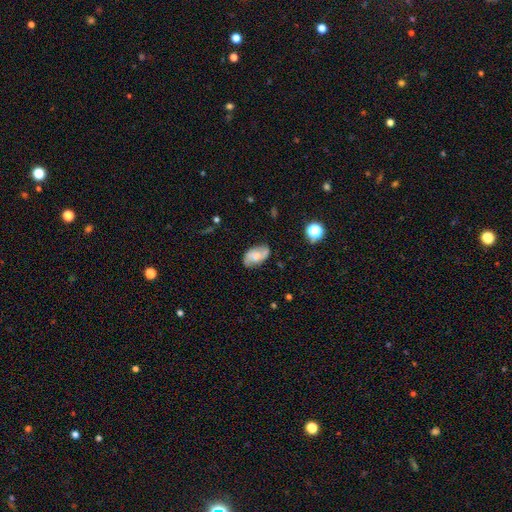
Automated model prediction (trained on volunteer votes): Q: Smooth or featured?
A: featured or disk (54%); runner-up: smooth (36%)
Q: Edge-on disk?
A: no (95%); runner-up: yes (5%)
Q: Bar?
A: no (59%); runner-up: weak (33%)
Q: Spiral arms?
A: yes (88%); runner-up: no (12%)
Q: Bulge size?
A: none (32%); runner-up: moderate (26%)
Q: Merging?
A: none (72%); runner-up: minor disturbance (20%)